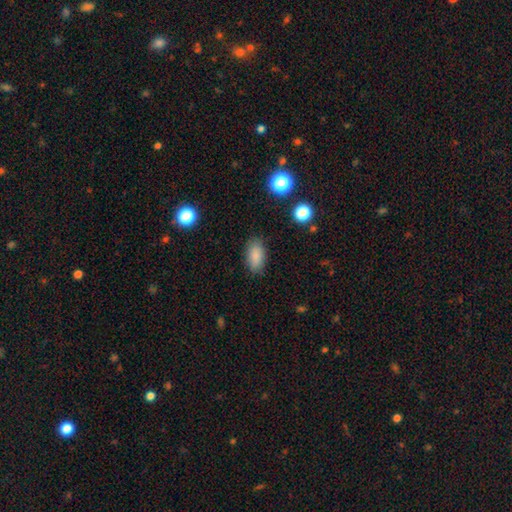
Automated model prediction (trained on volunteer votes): This is clearly a smooth galaxy (86%). How rounded: clearly in between (91%). Merging: clearly none (85%).